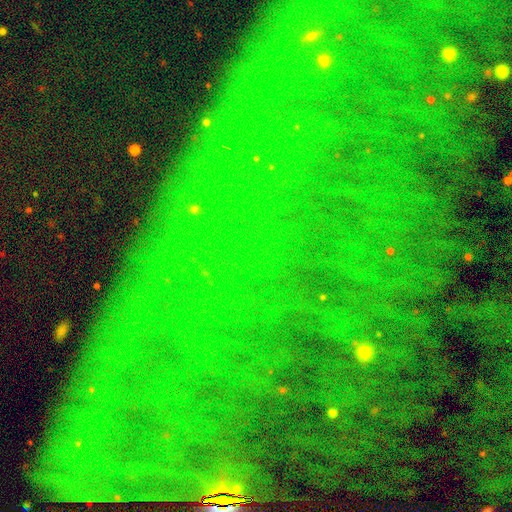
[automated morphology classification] This appears to be a star or artifact, not a galaxy (83%).